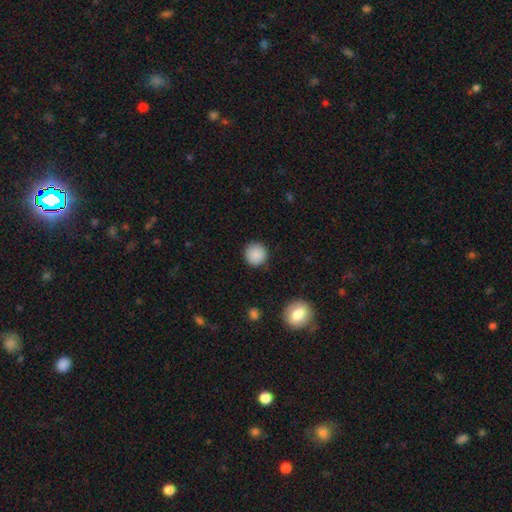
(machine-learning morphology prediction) Q: Smooth or featured?
A: smooth (88%); runner-up: star or artifact (8%)
Q: How rounded?
A: round (95%); runner-up: in between (4%)
Q: Merging?
A: none (91%); runner-up: minor disturbance (6%)